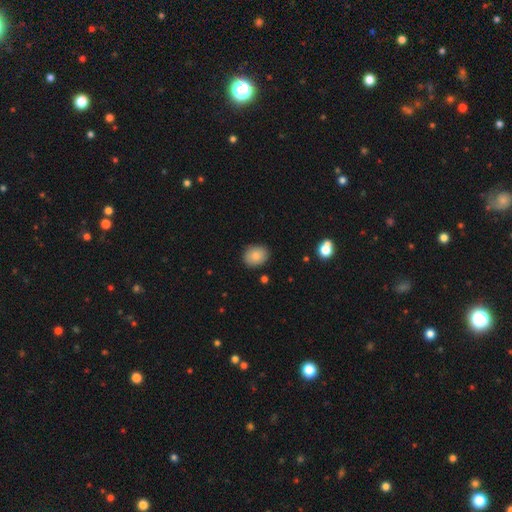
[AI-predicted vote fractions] Smooth or featured? Predicted: smooth (p=0.86). How rounded? Predicted: in between (p=0.51). Merging? Predicted: none (p=0.87).